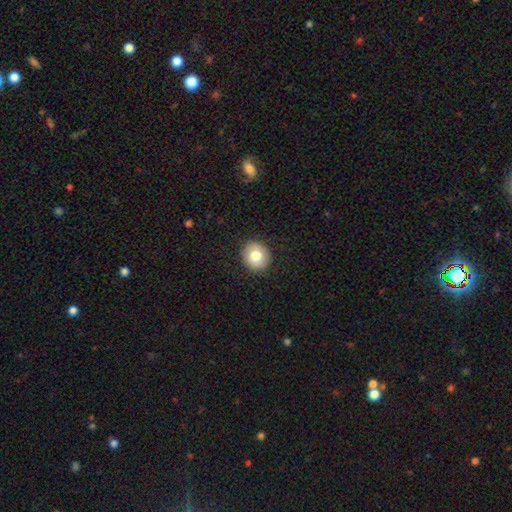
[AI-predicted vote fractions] Overall: smooth (79%). How rounded: round (84%). Merging: none (91%).